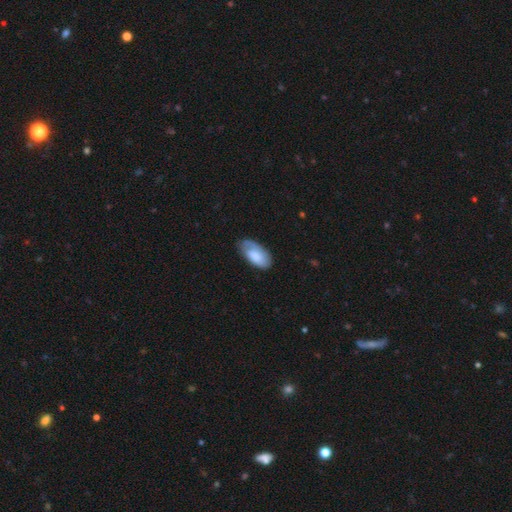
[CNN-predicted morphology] The model was most divided on "merging": none: 65%, minor disturbance: 26%, major disturbance: 8%, merger: 2%. More confident: how rounded — in between (94%); smooth or featured — smooth (69%).